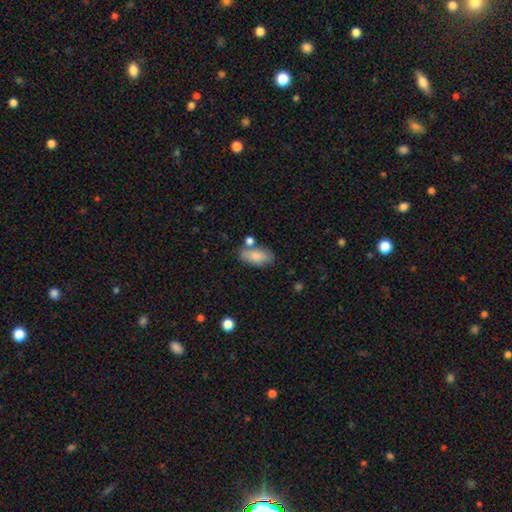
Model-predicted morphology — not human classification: type=smooth (82%); roundness=in between (90%); merging=none (64%).